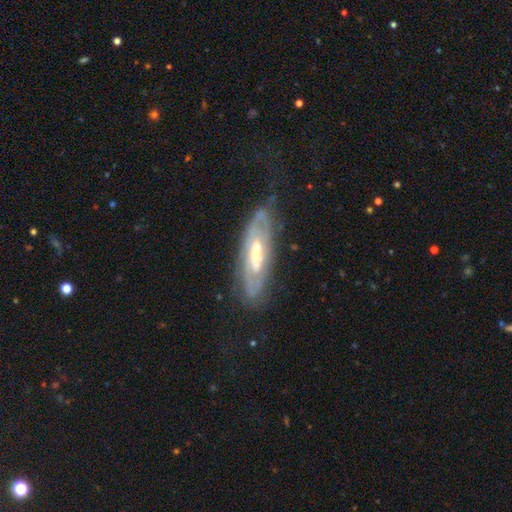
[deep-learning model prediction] A featured or disk galaxy (75%) with a weak bar (43%), spiral arms (73%) and a moderate central bulge (50%).

Vote fractions:
- Smooth or featured? featured or disk: 75% / smooth: 18% / star or artifact: 7%
- Edge-on disk? no: 71% / yes: 29%
- Bar? weak: 43% / no: 32% / strong: 26%
- Spiral arms? yes: 73% / no: 27%
- Bulge size? moderate: 50% / small: 29% / large: 14% / none: 6% / dominant: 2%
- Merging? none: 68% / minor disturbance: 21% / major disturbance: 9% / merger: 2%